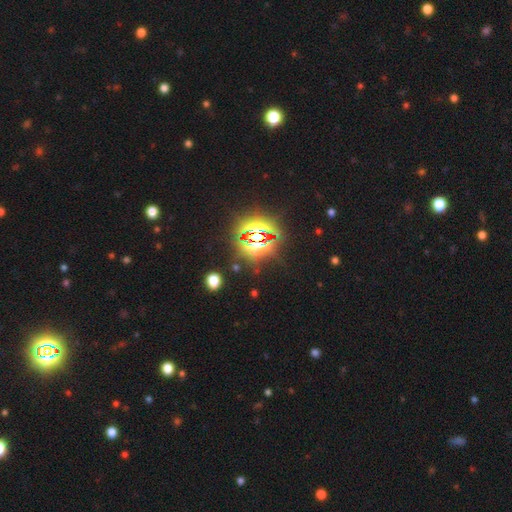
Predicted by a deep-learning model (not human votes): Smooth or featured? star or artifact (84%)